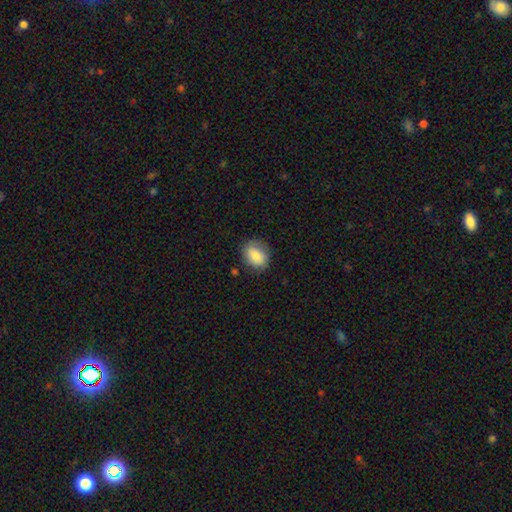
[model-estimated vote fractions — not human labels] Morphology: type=smooth (80%); roundness=in between (52%); merging=none (79%).